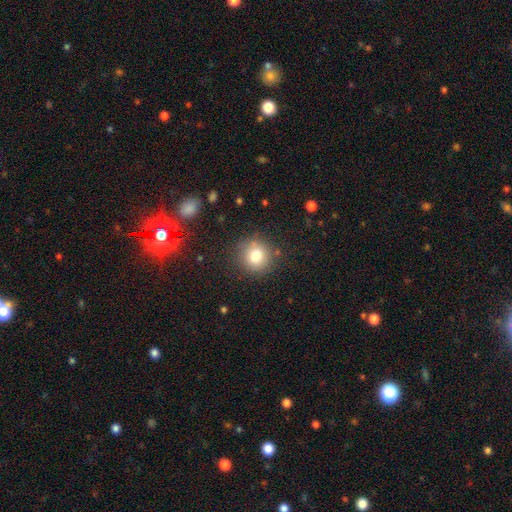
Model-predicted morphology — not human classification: type=smooth (78%); roundness=round (91%); merging=none (85%).